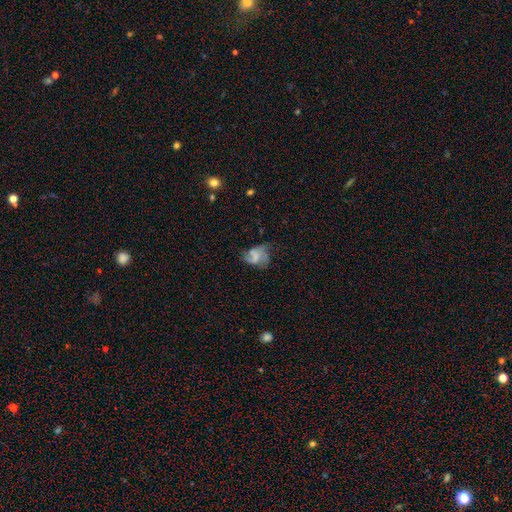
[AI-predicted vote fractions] This appears to be a featured or disk galaxy (45%). Merging: major disturbance (35%).